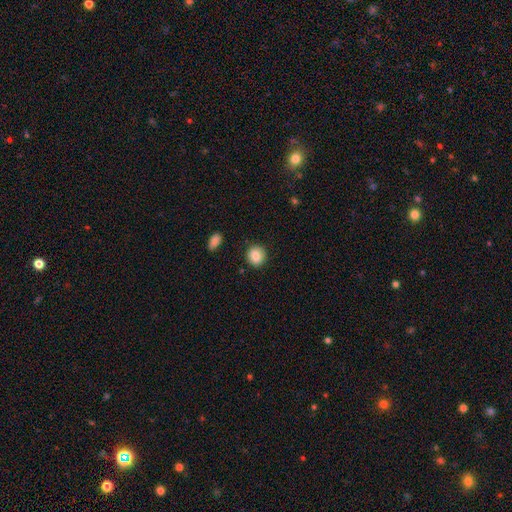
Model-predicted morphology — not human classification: Smooth or featured: smooth — 85% (star or artifact — 8%)
How rounded: round — 86% (in between — 13%)
Merging: none — 88% (minor disturbance — 8%)